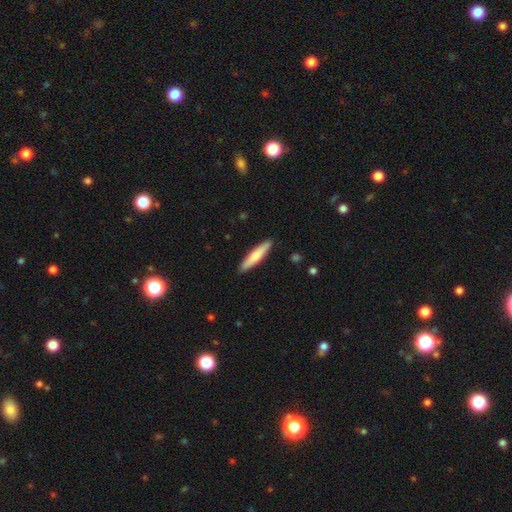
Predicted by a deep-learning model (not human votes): Smooth or featured? smooth (70%)
How rounded? cigar-shaped (86%)
Merging? none (90%)